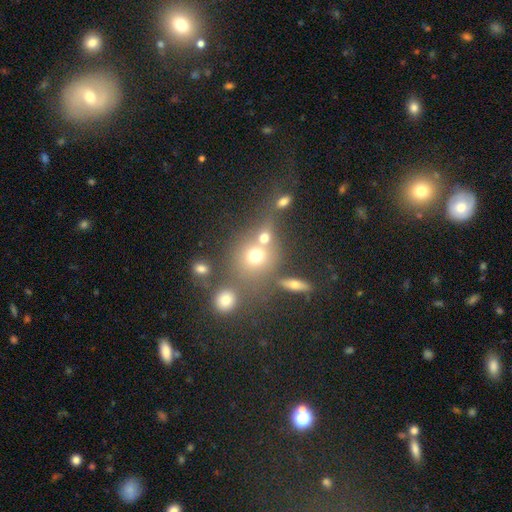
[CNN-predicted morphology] smooth 68%, star or artifact 17%, featured or disk 14%. Down the decision tree: how rounded — round (78%); merging — none (46%).